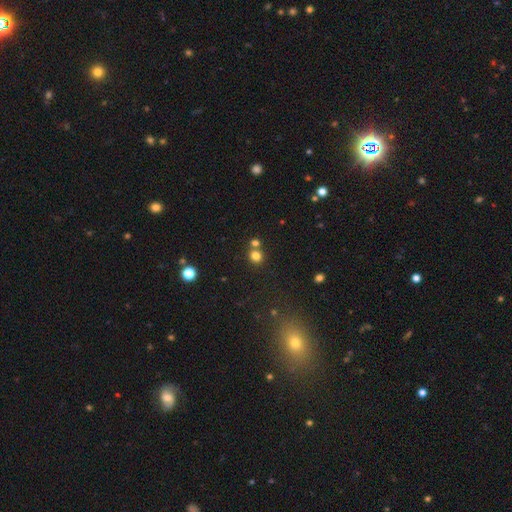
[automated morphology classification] type=smooth (77%); roundness=round (87%); merging=none (63%).